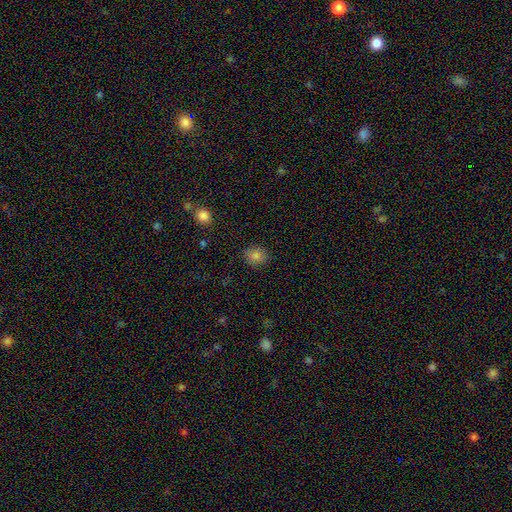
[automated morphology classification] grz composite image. It shows a smooth galaxy with no disk features (81%) that is round (75%). Merging: none (87%).